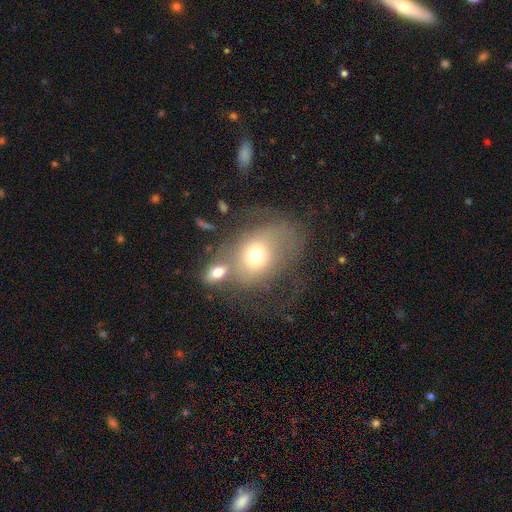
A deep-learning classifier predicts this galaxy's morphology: Smooth or featured? smooth (56%)
How rounded? in between (54%)
Merging? merger (30%)